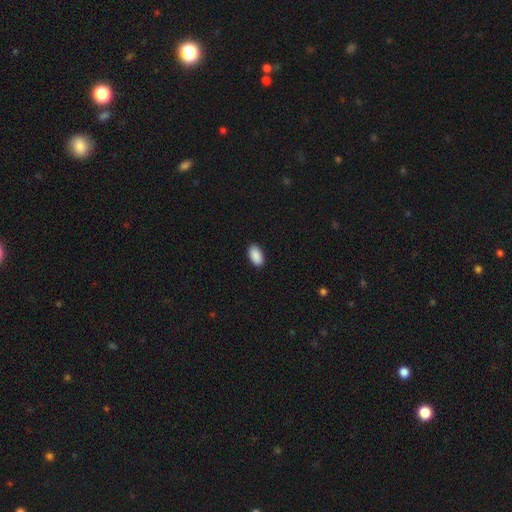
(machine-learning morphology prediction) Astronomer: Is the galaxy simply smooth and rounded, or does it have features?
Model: smooth — 91%.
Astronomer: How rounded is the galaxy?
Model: in between — 95%.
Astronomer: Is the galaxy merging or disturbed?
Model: none — 90%.